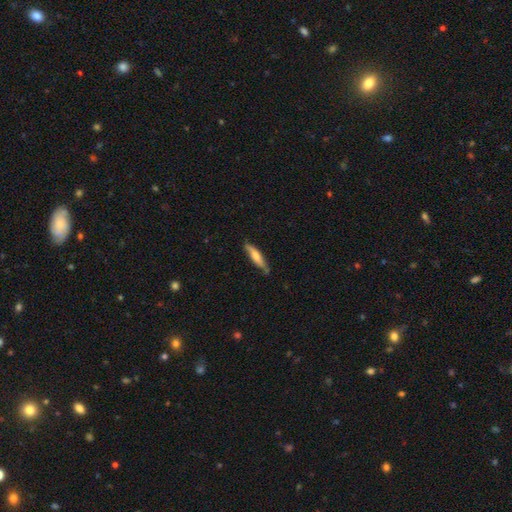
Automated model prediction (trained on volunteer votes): Q: Smooth or featured?
A: smooth (58%); runner-up: featured or disk (36%)
Q: How rounded?
A: cigar-shaped (82%); runner-up: in between (16%)
Q: Merging?
A: none (75%); runner-up: minor disturbance (20%)